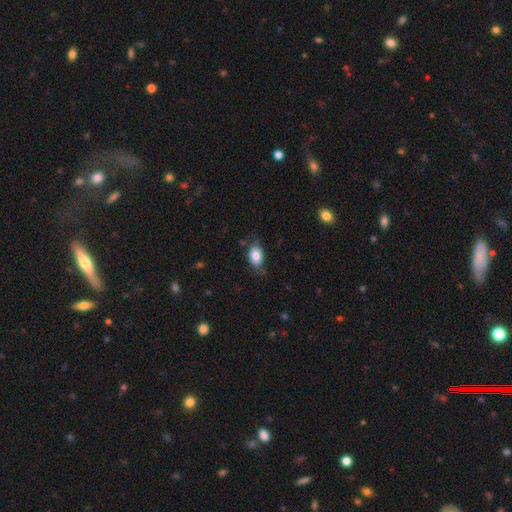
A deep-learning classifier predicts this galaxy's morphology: smooth-or-featured: smooth: 83% | featured or disk: 9% | star or artifact: 7%
  how-rounded: in between: 86% | round: 12% | cigar-shaped: 2%
  merging: none: 69% | minor disturbance: 23% | major disturbance: 7% | merger: 2%